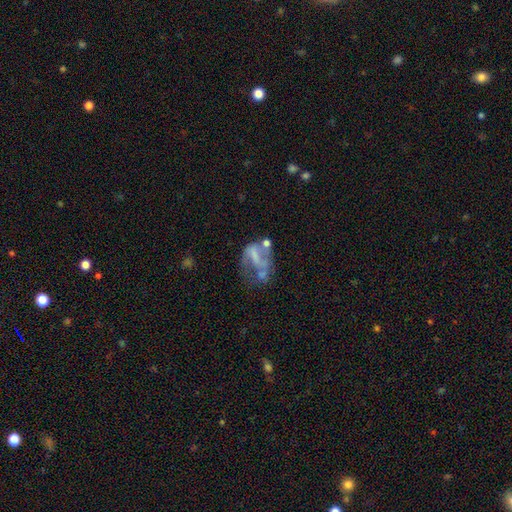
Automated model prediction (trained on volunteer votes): Smooth or featured: featured or disk — 55% (smooth — 32%)
Edge-on disk: no — 97% (yes — 3%)
Bar: no — 61% (weak — 25%)
Spiral arms: no — 75% (yes — 25%)
Bulge size: none — 61% (small — 17%)
Merging: major disturbance — 36% (merger — 23%)